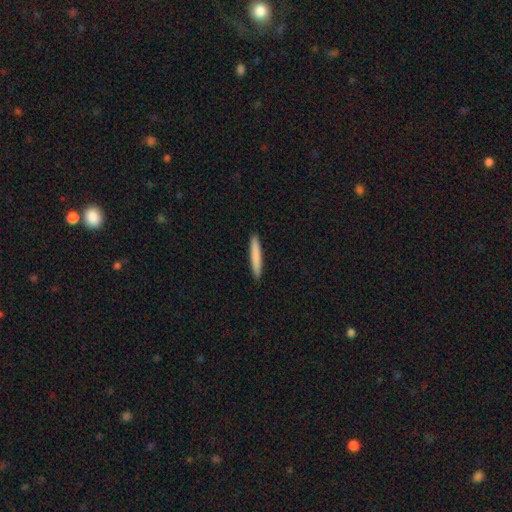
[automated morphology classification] smooth_or_featured: smooth (p=0.81) [alt: featured or disk p=0.13]
how_rounded: cigar-shaped (p=0.96) [alt: in between p=0.03]
merging: none (p=0.93) [alt: minor disturbance p=0.05]